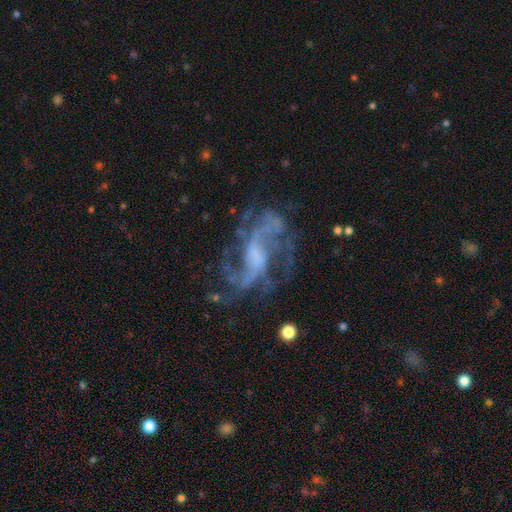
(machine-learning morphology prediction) Smooth or featured?
  - featured or disk: 88% *
  - star or artifact: 8%
  - smooth: 4%
Edge-on disk?
  - no: 96% *
  - yes: 4%
Bar?
  - weak: 47% *
  - no: 31%
  - strong: 22%
Spiral arms?
  - yes: 96% *
  - no: 4%
Spiral winding?
  - medium: 48% *
  - loose: 36%
  - tight: 15%
Spiral arm count?
  - 2: 49% *
  - 3: 20%
  - can't tell: 13%
  - 4: 7%
  - 1: 5%
  - more than 4: 5%
Bulge size?
  - small: 34% *
  - moderate: 29%
  - none: 29%
  - large: 6%
  - dominant: 1%
Merging?
  - none: 64% *
  - major disturbance: 17%
  - minor disturbance: 17%
  - merger: 3%